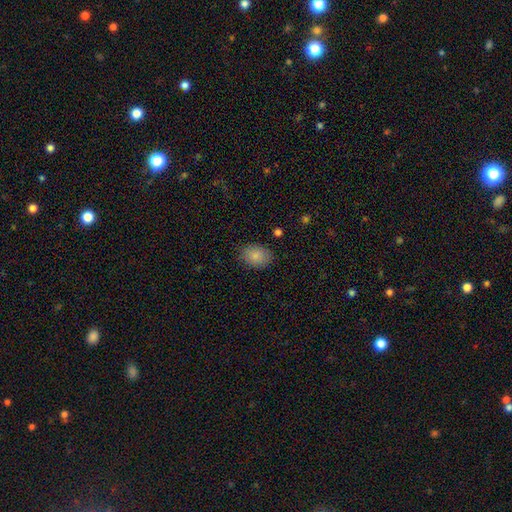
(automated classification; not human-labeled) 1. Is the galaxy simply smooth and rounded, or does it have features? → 85% smooth, 8% star or artifact, 7% featured or disk.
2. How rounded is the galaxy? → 70% in between, 29% round, 1% cigar-shaped.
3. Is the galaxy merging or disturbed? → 83% none, 13% minor disturbance, 3% major disturbance, 1% merger.